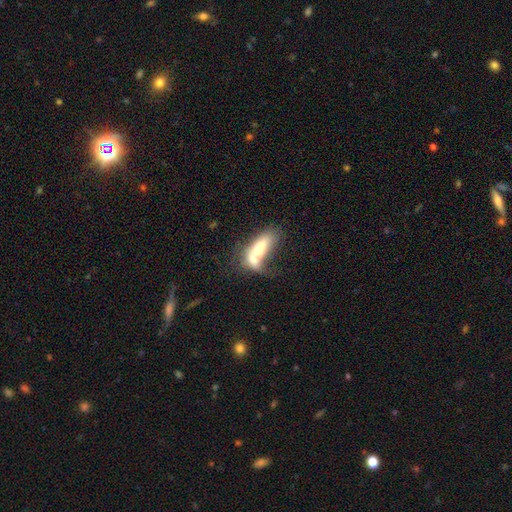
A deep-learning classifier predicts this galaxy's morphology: type=smooth (54%); roundness=cigar-shaped (51%); merging=major disturbance (30%).